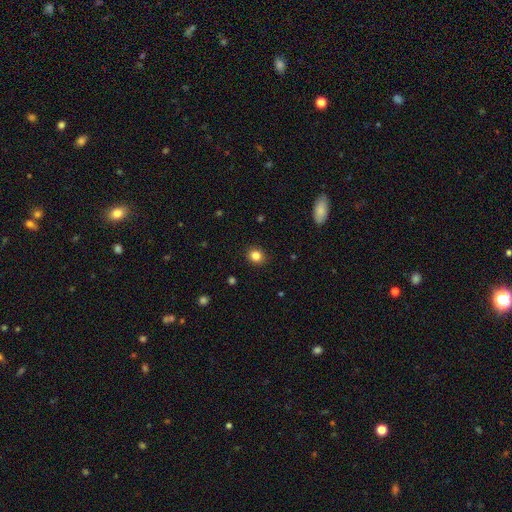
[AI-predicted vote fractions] smooth 84%, star or artifact 11%, featured or disk 5%. Down the decision tree: how rounded — round (79%); merging — none (90%).